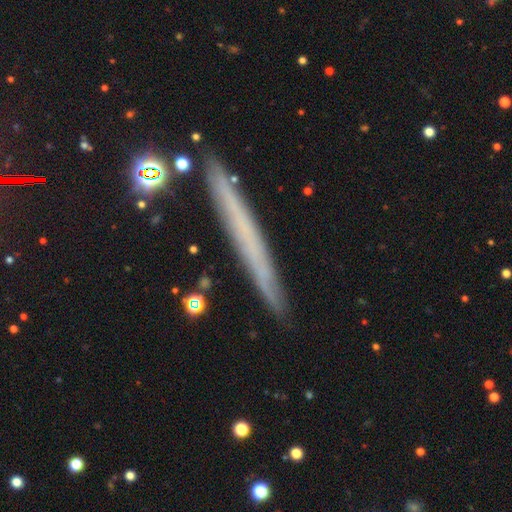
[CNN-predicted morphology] Q: Smooth or featured?
A: featured or disk (54%); runner-up: smooth (36%)
Q: Edge-on disk?
A: yes (93%); runner-up: no (7%)
Q: Merging?
A: none (88%); runner-up: minor disturbance (9%)